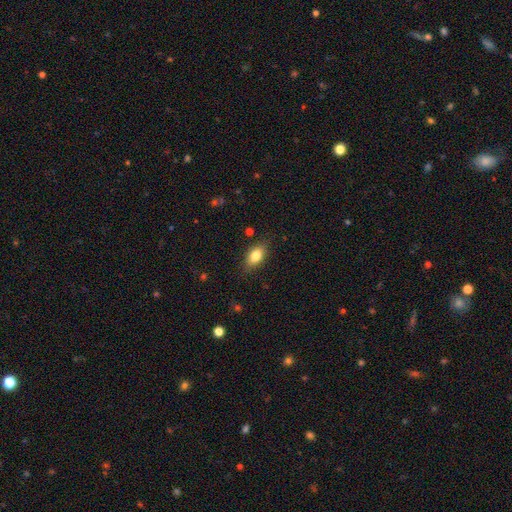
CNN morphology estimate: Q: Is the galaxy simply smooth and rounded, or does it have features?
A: smooth — 80%.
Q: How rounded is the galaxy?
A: in between — 86%.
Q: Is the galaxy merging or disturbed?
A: none — 82%.